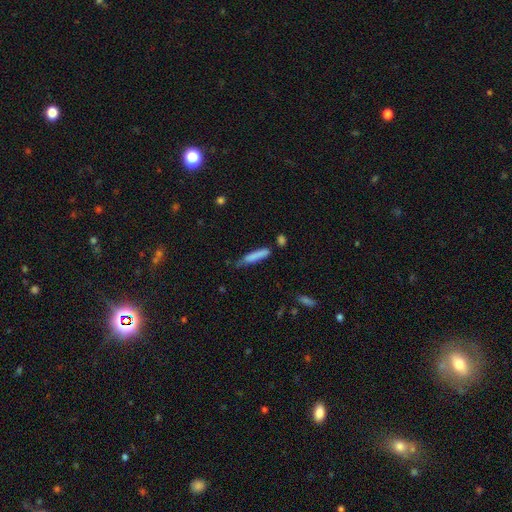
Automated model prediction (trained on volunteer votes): This is clearly a smooth galaxy (80%). How rounded: clearly cigar-shaped (86%). Merging: possibly none (56%).